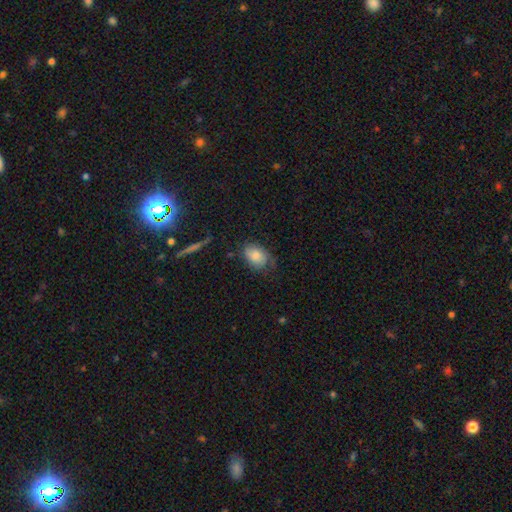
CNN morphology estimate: Smooth or featured: smooth — 75% (featured or disk — 17%)
How rounded: in between — 83% (round — 16%)
Merging: none — 55% (minor disturbance — 30%)